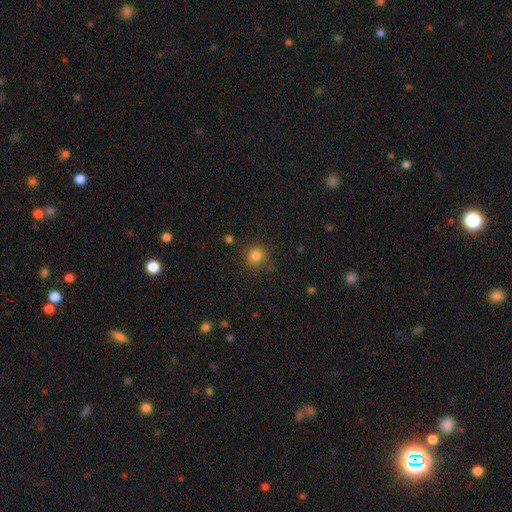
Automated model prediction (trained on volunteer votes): smooth 83%, star or artifact 12%, featured or disk 5%. Down the decision tree: how rounded — round (90%); merging — none (84%).